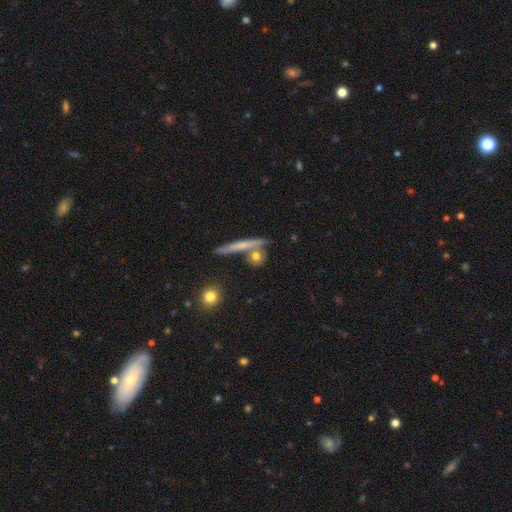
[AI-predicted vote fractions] This is possibly a featured or disk galaxy (49%). Merging: likely none (74%).